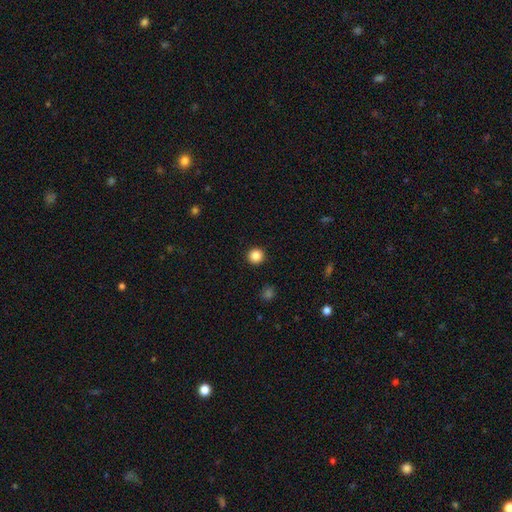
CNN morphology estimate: Smooth or featured? Predicted: smooth (p=0.86). How rounded? Predicted: round (p=0.95). Merging? Predicted: none (p=0.93).